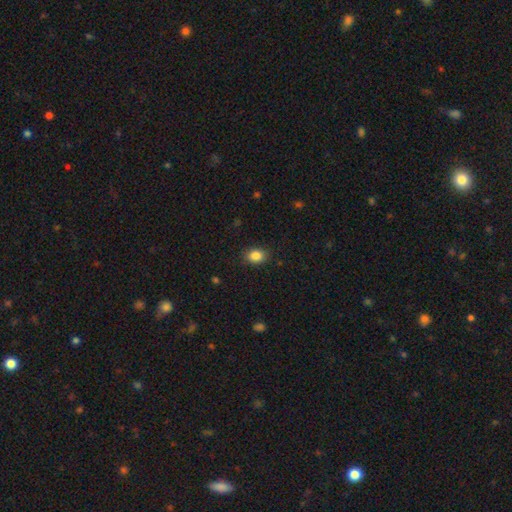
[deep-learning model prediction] This appears to be a smooth galaxy with no disk features (86%) that is in between round and cigar-shaped (67%). Merging: none (87%).